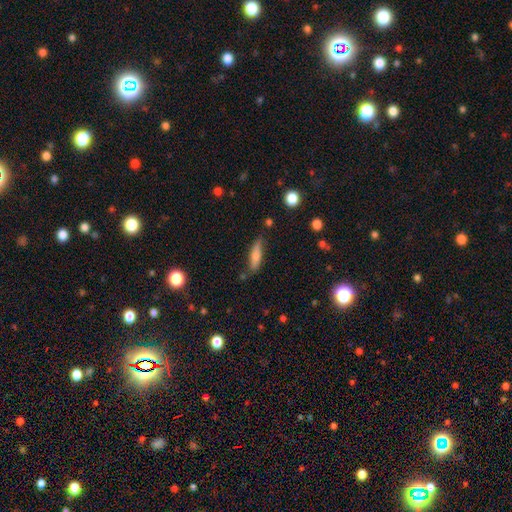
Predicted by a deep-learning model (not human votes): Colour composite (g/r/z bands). It shows a smooth galaxy with no disk features (70%) that is cigar-shaped (64%). Merging: none (72%).